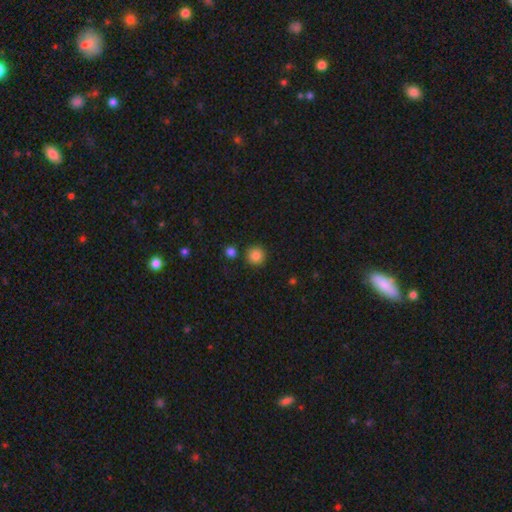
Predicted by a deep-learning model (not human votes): Overall: smooth (85%). How rounded: round (94%). Merging: none (86%).